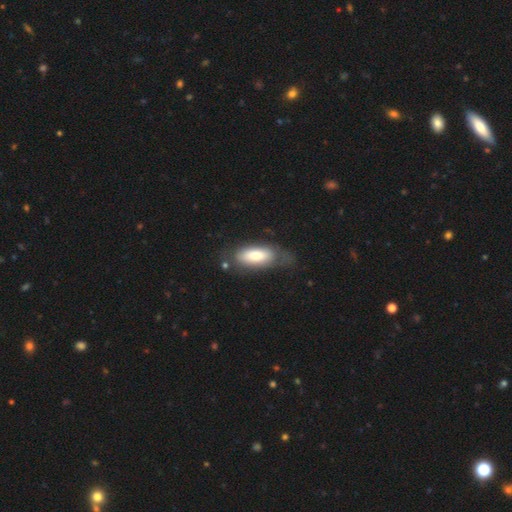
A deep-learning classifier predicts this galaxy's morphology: A smooth galaxy with no disk features (69%) that is in between round and cigar-shaped (81%).

Vote fractions:
- Smooth or featured? smooth: 69% / featured or disk: 25% / star or artifact: 6%
- How rounded? in between: 81% / cigar-shaped: 17% / round: 2%
- Merging? none: 53% / minor disturbance: 27% / major disturbance: 16% / merger: 4%